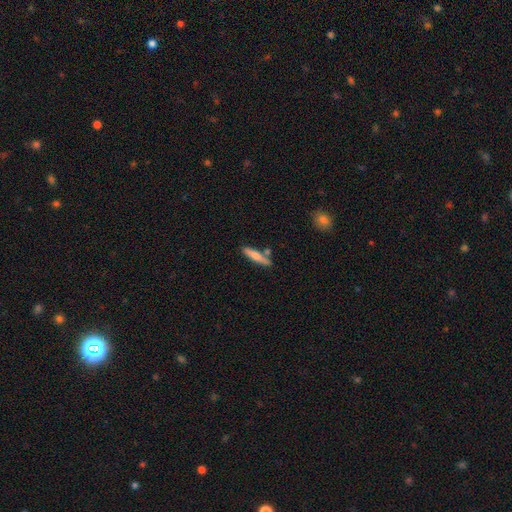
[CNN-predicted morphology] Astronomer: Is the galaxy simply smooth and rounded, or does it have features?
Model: smooth — 70%.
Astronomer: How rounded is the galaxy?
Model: cigar-shaped — 85%.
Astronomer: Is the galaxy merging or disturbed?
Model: none — 74%.